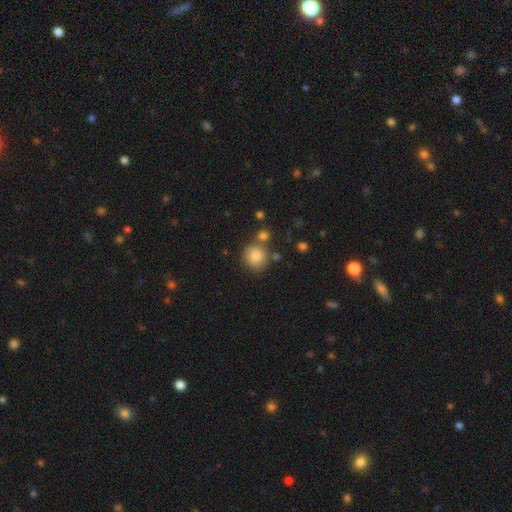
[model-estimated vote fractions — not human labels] Q: Smooth or featured?
A: smooth (84%); runner-up: star or artifact (9%)
Q: How rounded?
A: round (87%); runner-up: in between (12%)
Q: Merging?
A: none (69%); runner-up: minor disturbance (14%)